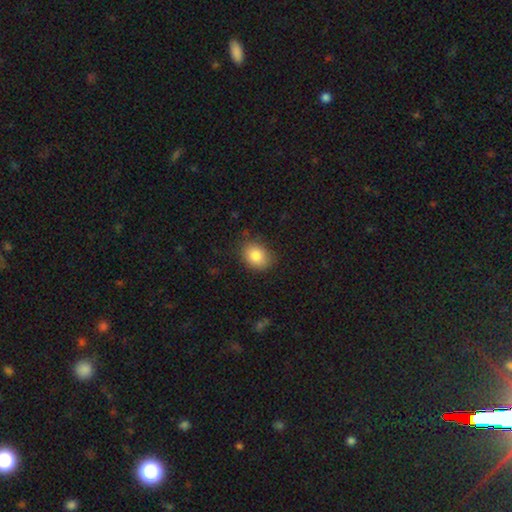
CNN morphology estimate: Smooth or featured?
  - smooth: 85% *
  - star or artifact: 8%
  - featured or disk: 7%
How rounded?
  - in between: 59% *
  - round: 40%
  - cigar-shaped: 1%
Merging?
  - none: 81% *
  - minor disturbance: 14%
  - major disturbance: 3%
  - merger: 1%